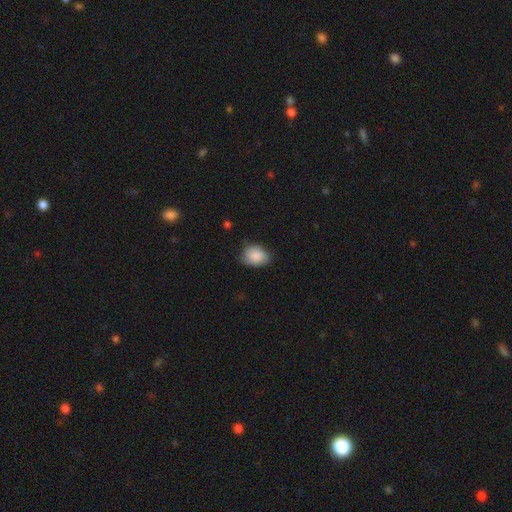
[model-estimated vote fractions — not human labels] smooth 87%, star or artifact 7%, featured or disk 6%. Down the decision tree: how rounded — in between (72%); merging — none (67%).